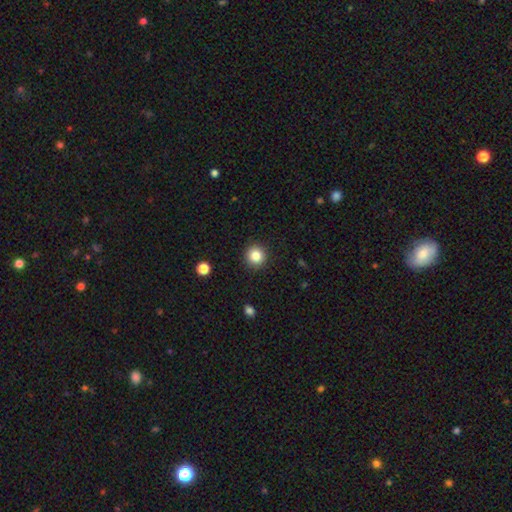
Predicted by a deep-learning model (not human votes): Smooth or featured: smooth — 84% (star or artifact — 11%)
How rounded: round — 93% (in between — 6%)
Merging: none — 92% (minor disturbance — 6%)